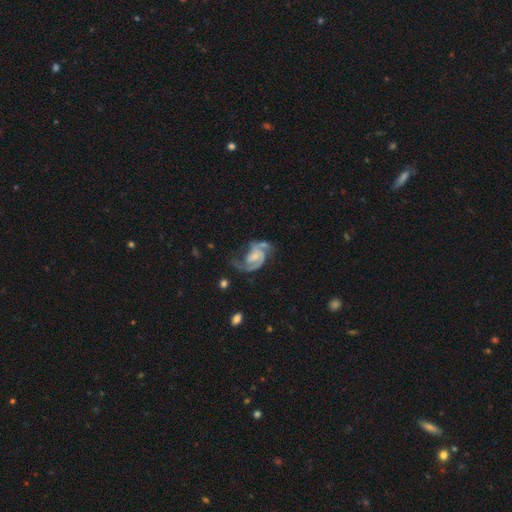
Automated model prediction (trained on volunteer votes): This appears to be a featured or disk galaxy (90%) with no bar (50%), 2 (90%) medium (57%) spiral arms (98%) and a small central bulge (49%). Merging: none (54%).